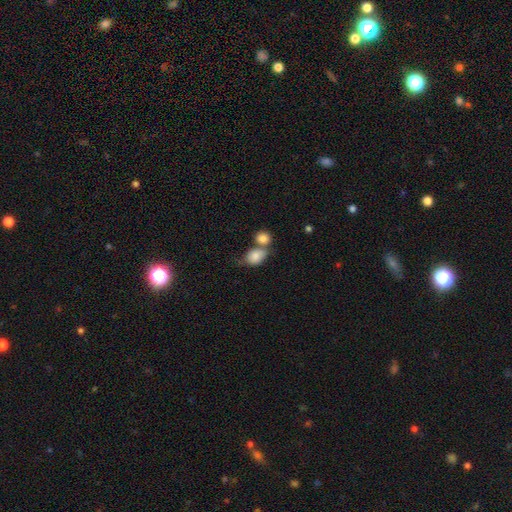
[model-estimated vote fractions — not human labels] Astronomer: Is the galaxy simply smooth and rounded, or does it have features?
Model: smooth — 84%.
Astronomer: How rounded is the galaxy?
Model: in between — 58% (runner-up: round, 40%).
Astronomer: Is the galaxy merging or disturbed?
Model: merger — 55%.